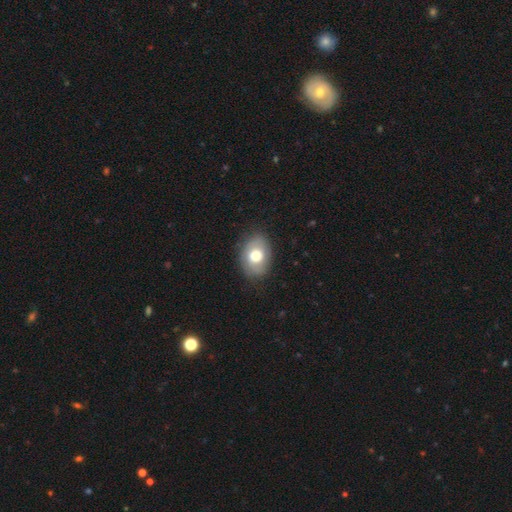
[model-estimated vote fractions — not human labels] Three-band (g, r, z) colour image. It shows a smooth galaxy with no disk features (66%) that is in between round and cigar-shaped (74%). Merging: none (78%).